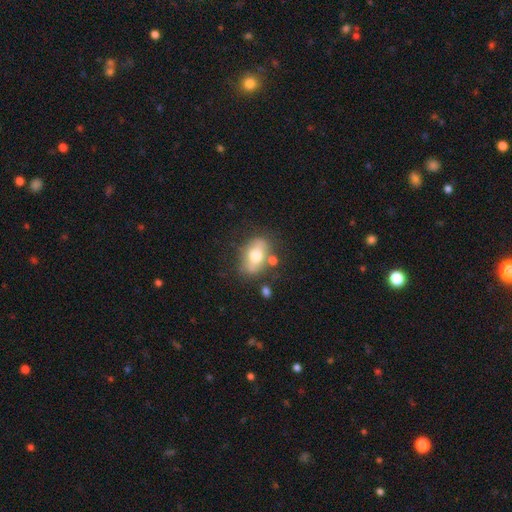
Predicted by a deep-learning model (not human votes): Smooth or featured: smooth — 58% (featured or disk — 34%)
How rounded: in between — 80% (round — 16%)
Merging: none — 67% (minor disturbance — 18%)